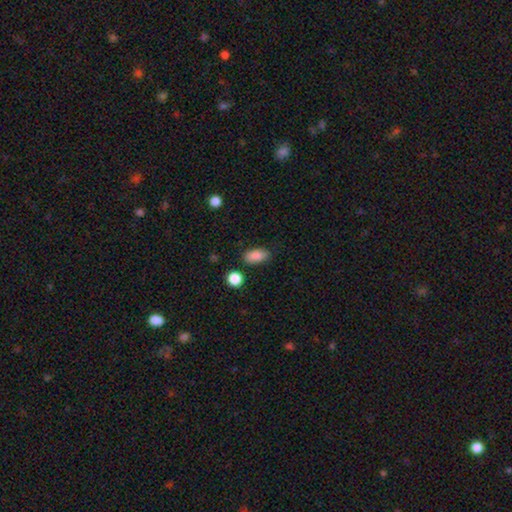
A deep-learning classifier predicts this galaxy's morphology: Smooth or featured: smooth — 87% (star or artifact — 8%)
How rounded: in between — 89% (round — 6%)
Merging: none — 80% (minor disturbance — 14%)